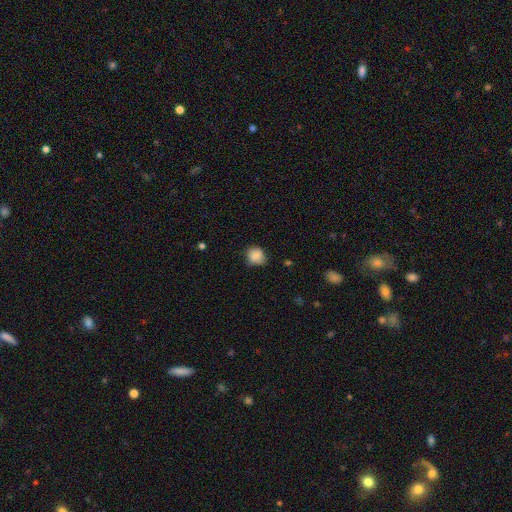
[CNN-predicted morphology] type=smooth (84%); roundness=round (77%); merging=none (65%).